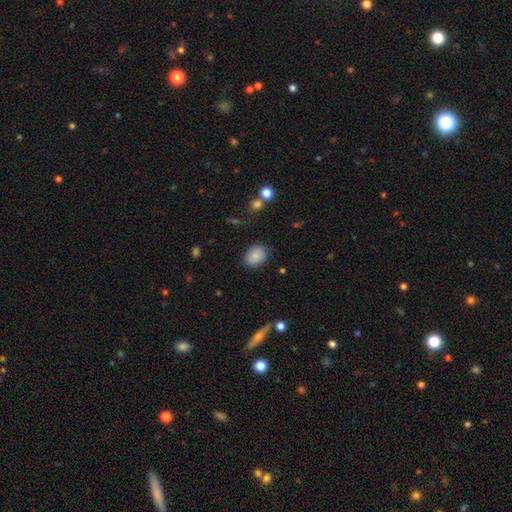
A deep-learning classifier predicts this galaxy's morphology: Q: Smooth or featured?
A: smooth (86%); runner-up: star or artifact (8%)
Q: How rounded?
A: in between (60%); runner-up: round (39%)
Q: Merging?
A: none (82%); runner-up: minor disturbance (13%)